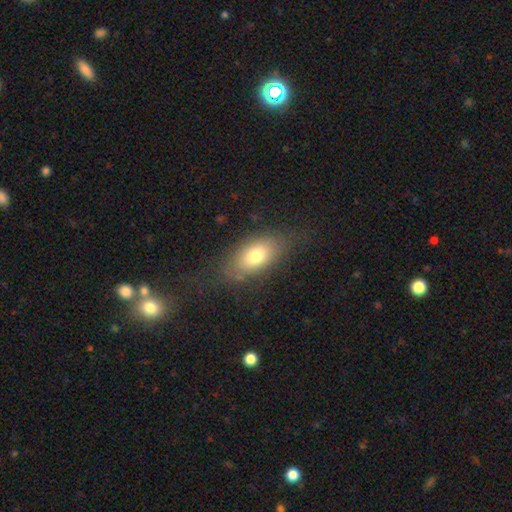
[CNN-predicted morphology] A smooth galaxy with no disk features (71%) that is in between round and cigar-shaped (85%).

Vote fractions:
- Smooth or featured? smooth: 71% / featured or disk: 19% / star or artifact: 10%
- How rounded? in between: 85% / round: 9% / cigar-shaped: 6%
- Merging? none: 73% / minor disturbance: 17% / major disturbance: 9% / merger: 1%